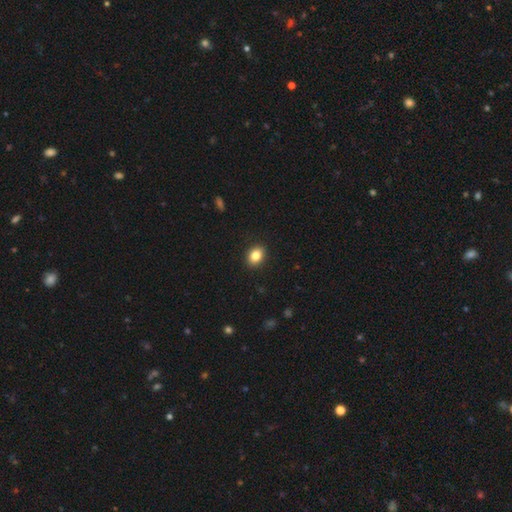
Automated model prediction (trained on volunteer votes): Smooth or featured? Predicted: smooth (p=0.84). How rounded? Predicted: in between (p=0.62). Merging? Predicted: none (p=0.91).